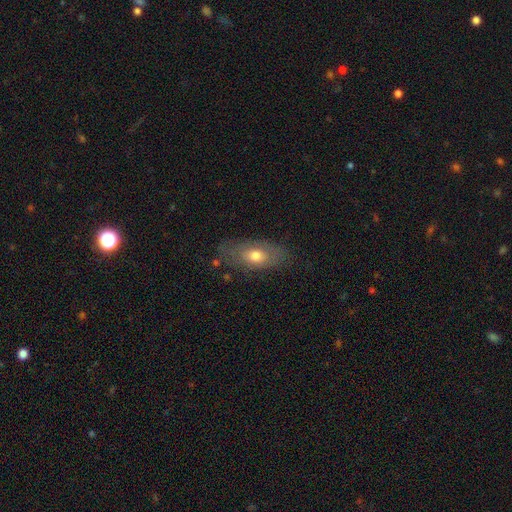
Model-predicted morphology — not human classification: Smooth or featured?
  - smooth: 66% *
  - featured or disk: 27%
  - star or artifact: 7%
How rounded?
  - in between: 83% *
  - cigar-shaped: 11%
  - round: 6%
Merging?
  - none: 72% *
  - minor disturbance: 19%
  - major disturbance: 7%
  - merger: 2%